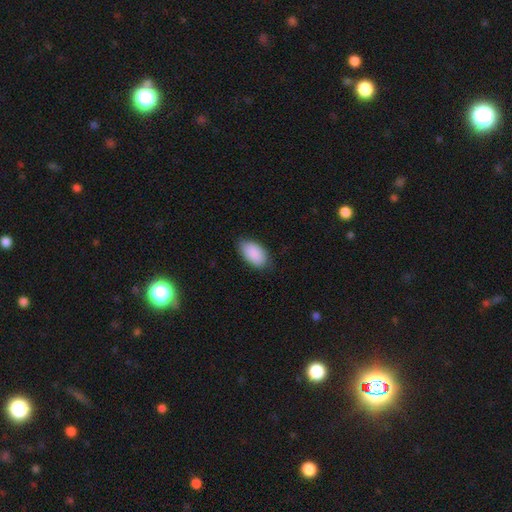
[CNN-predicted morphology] Smooth or featured?
  - smooth: 91% *
  - star or artifact: 6%
  - featured or disk: 4%
How rounded?
  - in between: 95% *
  - round: 3%
  - cigar-shaped: 2%
Merging?
  - none: 82% *
  - minor disturbance: 14%
  - major disturbance: 3%
  - merger: 1%